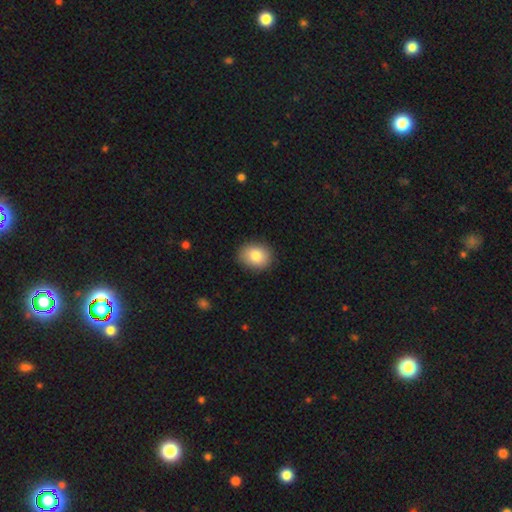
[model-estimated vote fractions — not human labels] A smooth galaxy with no disk features (83%) that is round (55%).

Vote fractions:
- Smooth or featured? smooth: 83% / featured or disk: 9% / star or artifact: 8%
- How rounded? round: 55% / in between: 44% / cigar-shaped: 1%
- Merging? none: 89% / minor disturbance: 8% / major disturbance: 2% / merger: 1%